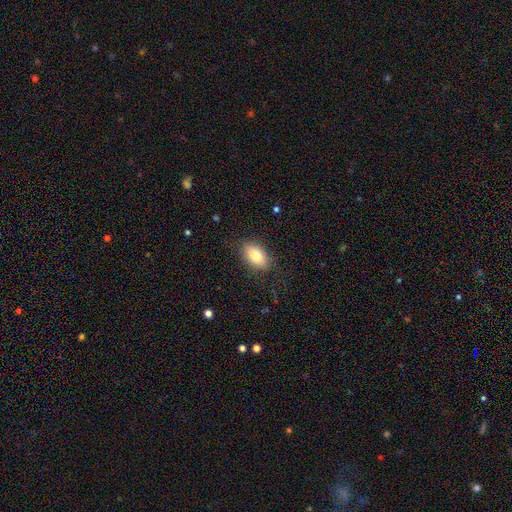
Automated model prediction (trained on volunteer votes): Morphology: type=smooth (78%); roundness=in between (88%); merging=none (84%).